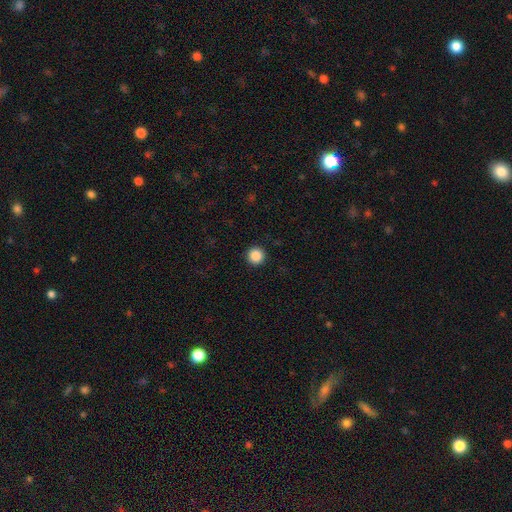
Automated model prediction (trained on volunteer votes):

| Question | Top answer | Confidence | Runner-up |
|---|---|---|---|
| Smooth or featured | smooth | 87% | star or artifact (10%) |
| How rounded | round | 96% | in between (3%) |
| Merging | none | 93% | minor disturbance (4%) |